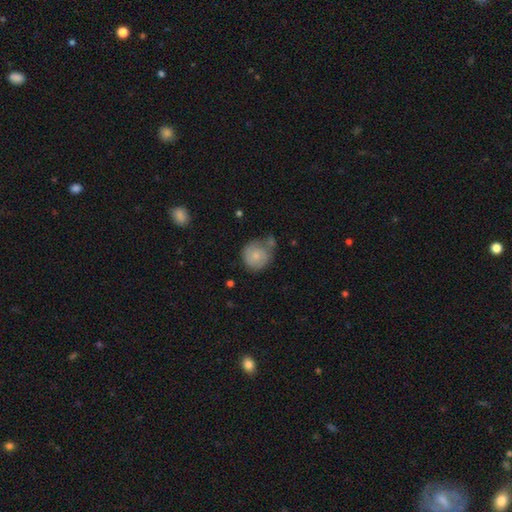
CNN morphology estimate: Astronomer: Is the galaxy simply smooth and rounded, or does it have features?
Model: smooth — 72%.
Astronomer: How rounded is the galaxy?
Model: round — 87%.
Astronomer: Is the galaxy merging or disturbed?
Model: none — 51%.